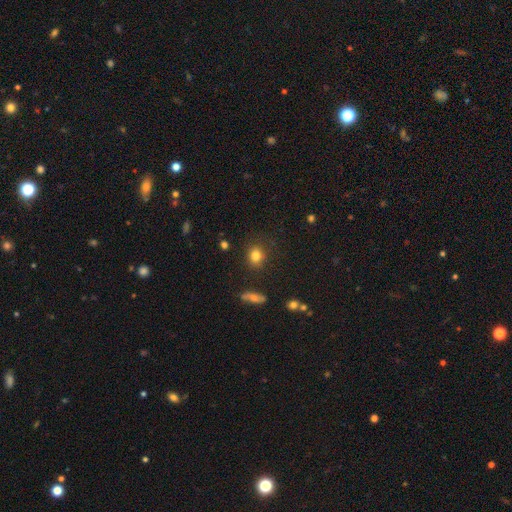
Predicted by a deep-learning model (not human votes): Smooth or featured? Predicted: smooth (p=0.81). How rounded? Predicted: round (p=0.74). Merging? Predicted: none (p=0.83).